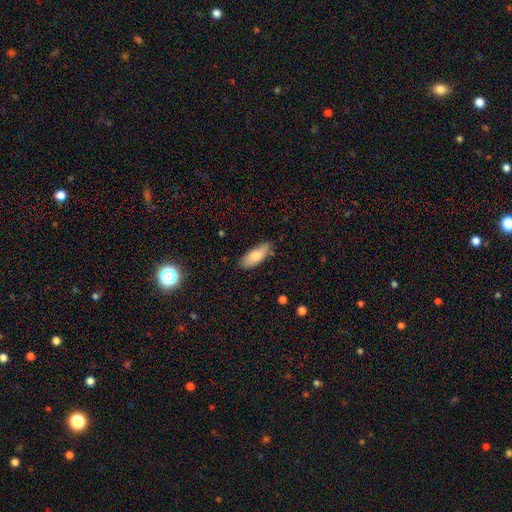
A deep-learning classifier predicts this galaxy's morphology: Q: Smooth or featured?
A: smooth (81%); runner-up: featured or disk (13%)
Q: How rounded?
A: in between (76%); runner-up: cigar-shaped (22%)
Q: Merging?
A: none (72%); runner-up: minor disturbance (23%)